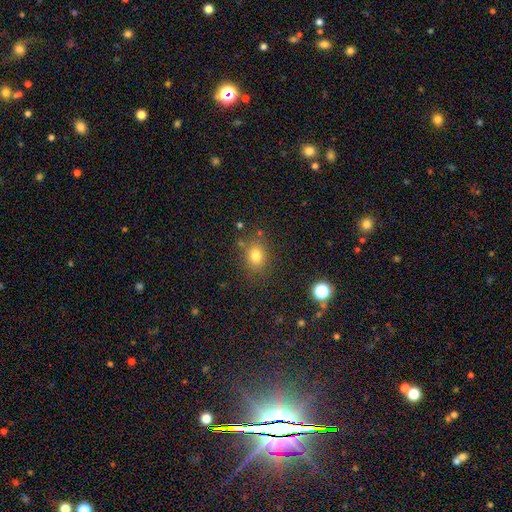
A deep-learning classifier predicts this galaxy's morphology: A smooth galaxy with no disk features (78%) that is round (53%). Merging: none (78%).